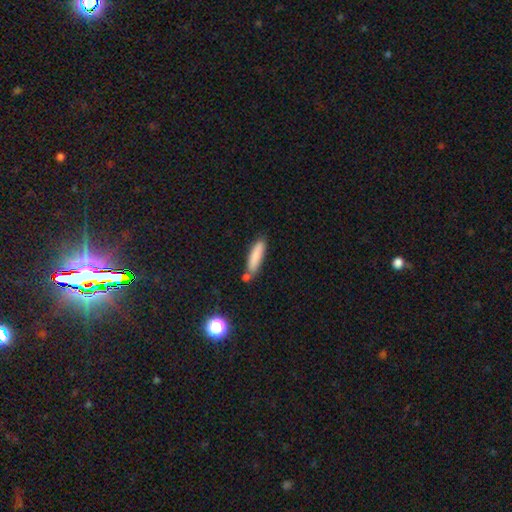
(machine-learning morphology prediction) smooth 82%, featured or disk 11%, star or artifact 7%. Down the decision tree: how rounded — cigar-shaped (76%); merging — none (63%).